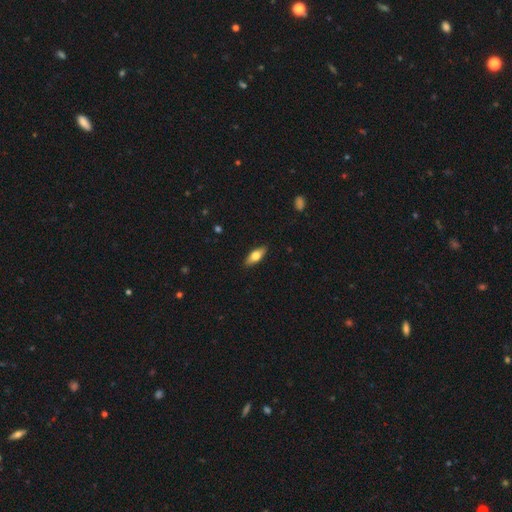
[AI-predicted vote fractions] This is possibly a smooth galaxy (60%). How rounded: likely in between (69%). Merging: clearly none (88%).